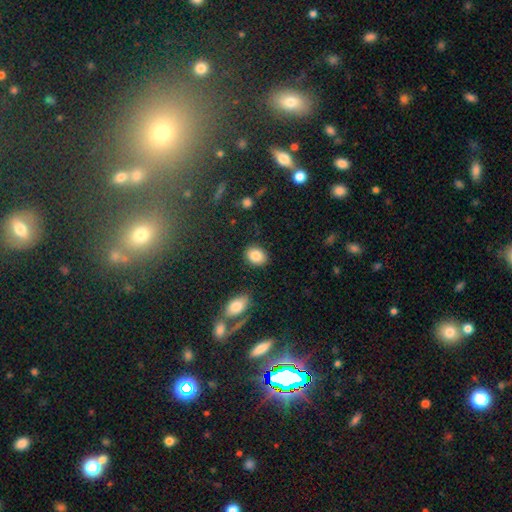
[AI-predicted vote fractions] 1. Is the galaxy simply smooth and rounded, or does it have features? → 85% smooth, 8% star or artifact, 6% featured or disk.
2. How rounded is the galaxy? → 58% in between, 41% round, 1% cigar-shaped.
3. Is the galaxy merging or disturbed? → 85% none, 9% minor disturbance, 3% merger, 3% major disturbance.